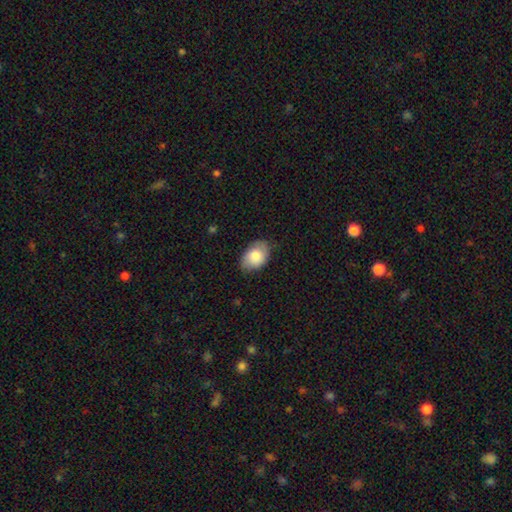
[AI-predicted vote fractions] A smooth galaxy with no disk features (79%) that is in between round and cigar-shaped (85%).

Vote fractions:
- Smooth or featured? smooth: 79% / featured or disk: 15% / star or artifact: 6%
- How rounded? in between: 85% / round: 14% / cigar-shaped: 1%
- Merging? none: 75% / minor disturbance: 20% / major disturbance: 4% / merger: 1%